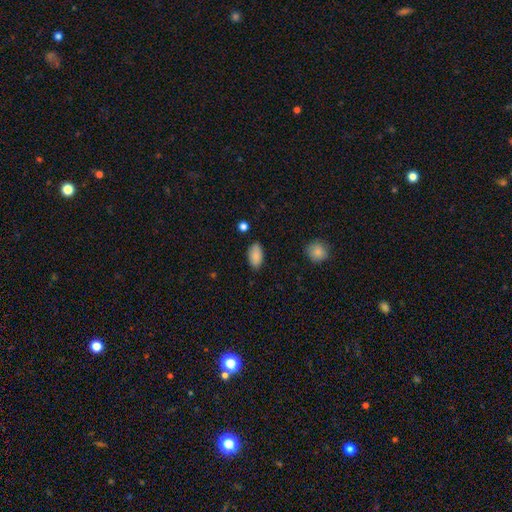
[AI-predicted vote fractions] Smooth or featured? smooth (86%)
How rounded? in between (94%)
Merging? none (84%)